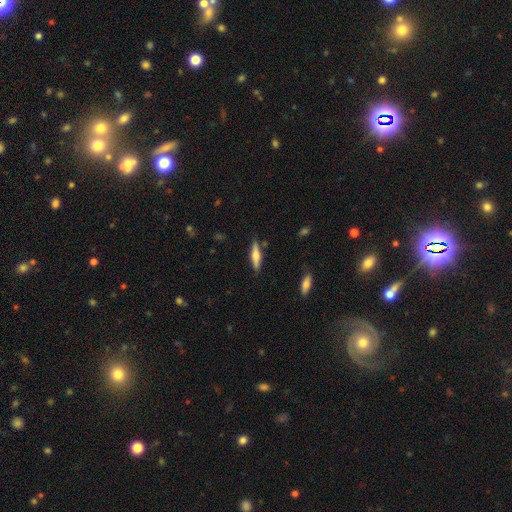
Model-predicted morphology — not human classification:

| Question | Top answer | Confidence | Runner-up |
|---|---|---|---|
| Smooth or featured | featured or disk | 49% | smooth (45%) |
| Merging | none | 85% | minor disturbance (10%) |